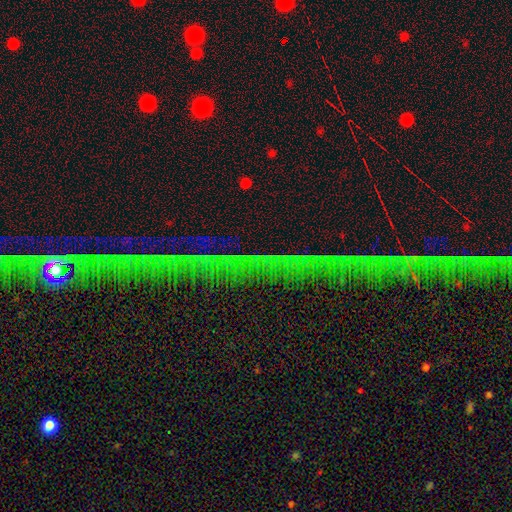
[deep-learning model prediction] smooth_or_featured: star or artifact (p=0.78) [alt: featured or disk p=0.12]